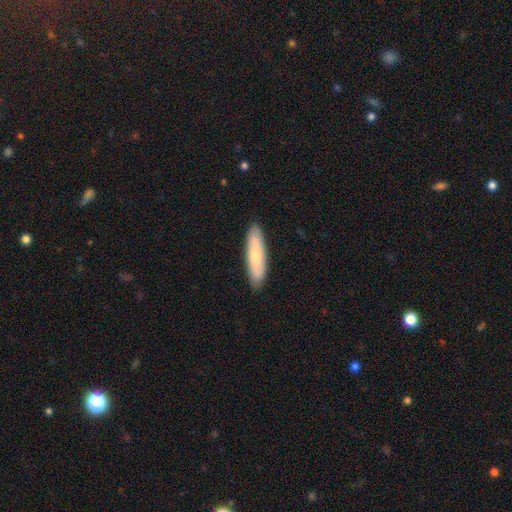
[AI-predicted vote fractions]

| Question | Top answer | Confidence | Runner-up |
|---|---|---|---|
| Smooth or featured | smooth | 66% | featured or disk (29%) |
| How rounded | cigar-shaped | 71% | in between (28%) |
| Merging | none | 88% | minor disturbance (9%) |